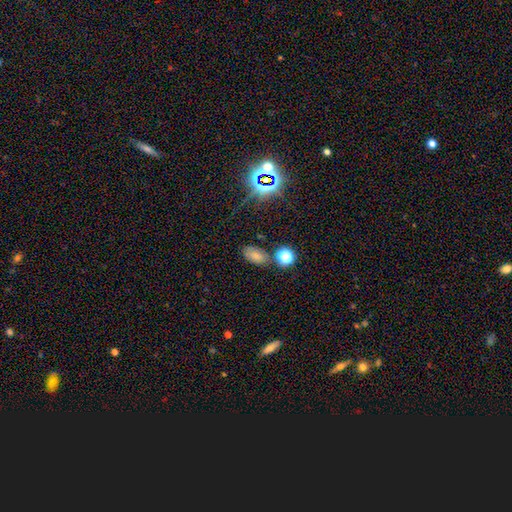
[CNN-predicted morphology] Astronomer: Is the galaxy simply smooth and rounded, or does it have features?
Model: smooth — 68%.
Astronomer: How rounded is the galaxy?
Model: in between — 89%.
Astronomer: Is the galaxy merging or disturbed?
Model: none — 74%.